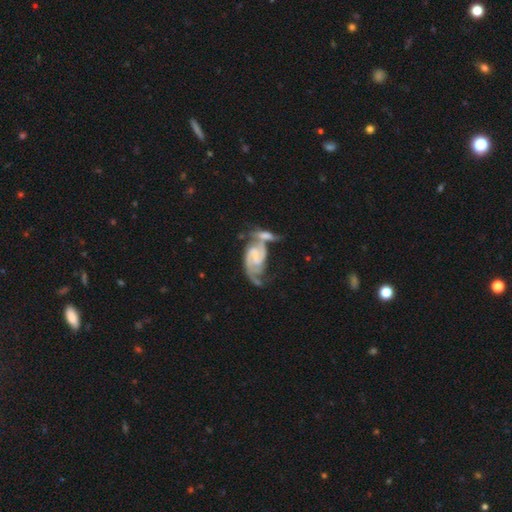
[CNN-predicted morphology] featured or disk 88%, smooth 8%, star or artifact 5%. Down the decision tree: edge-on disk — no (97%); bar — weak (45%); spiral arms — yes (97%); spiral arm count — 2 (84%); spiral winding — medium (48%); bulge size — small (55%); merging — merger (50%).